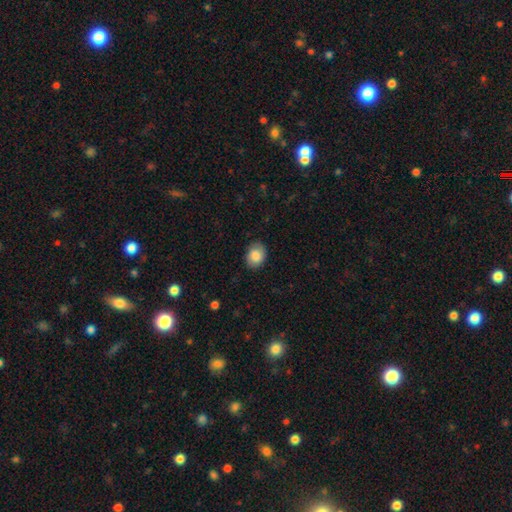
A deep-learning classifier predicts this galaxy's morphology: A smooth galaxy with no disk features (82%) that is in between round and cigar-shaped (59%).

Vote fractions:
- Smooth or featured? smooth: 82% / featured or disk: 11% / star or artifact: 7%
- How rounded? in between: 59% / round: 40% / cigar-shaped: 1%
- Merging? none: 82% / minor disturbance: 14% / major disturbance: 3% / merger: 1%